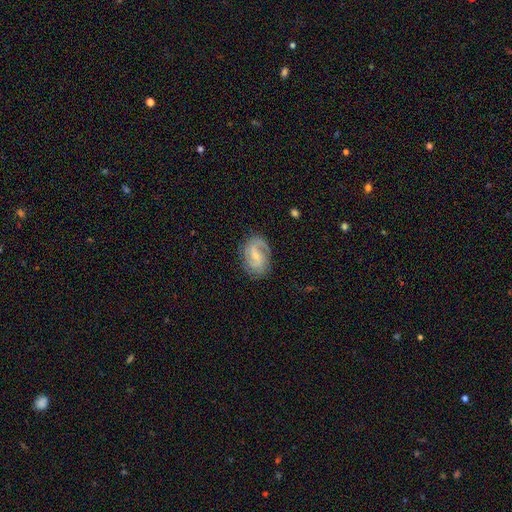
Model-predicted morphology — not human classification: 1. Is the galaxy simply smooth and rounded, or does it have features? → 81% featured or disk, 13% smooth, 6% star or artifact.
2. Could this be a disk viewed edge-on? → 97% no, 3% yes.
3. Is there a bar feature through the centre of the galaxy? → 53% weak, 29% no, 19% strong.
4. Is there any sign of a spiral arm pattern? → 95% yes, 5% no.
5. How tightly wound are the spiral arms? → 47% medium, 34% tight, 19% loose.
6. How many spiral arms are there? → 74% 2, 11% can't tell, 6% 1, 5% 3, 2% 4, 2% more than 4.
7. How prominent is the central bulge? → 66% small, 28% moderate, 4% none, 1% large, 1% dominant.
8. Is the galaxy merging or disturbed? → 75% none, 17% minor disturbance, 6% major disturbance, 1% merger.